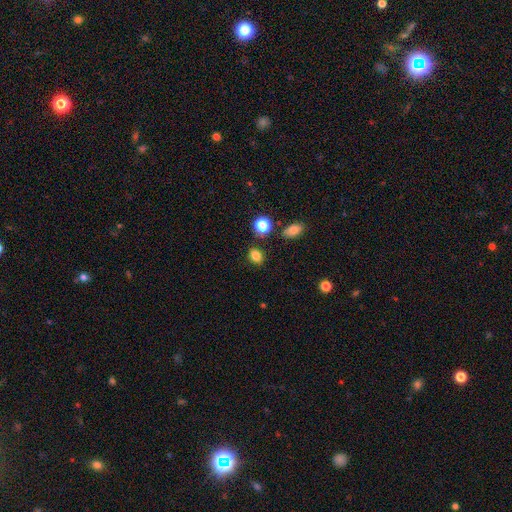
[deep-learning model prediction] Smooth or featured?
  - smooth: 83% *
  - star or artifact: 12%
  - featured or disk: 4%
How rounded?
  - in between: 56% *
  - round: 42%
  - cigar-shaped: 1%
Merging?
  - none: 82% *
  - minor disturbance: 10%
  - merger: 5%
  - major disturbance: 3%